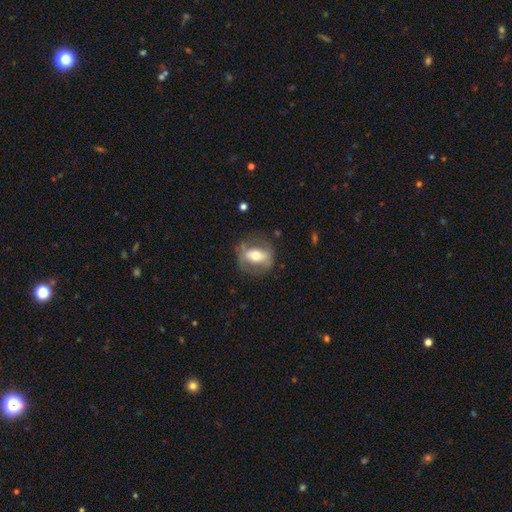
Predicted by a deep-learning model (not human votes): featured or disk 52%, smooth 40%, star or artifact 7%. Down the decision tree: edge-on disk — no (80%); merging — none (70%).